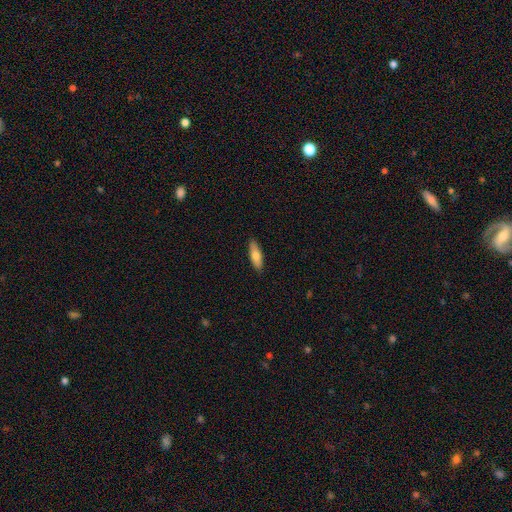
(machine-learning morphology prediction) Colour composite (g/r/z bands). It shows a smooth galaxy with no disk features (73%) that is in between round and cigar-shaped (50%). Merging: none (89%).